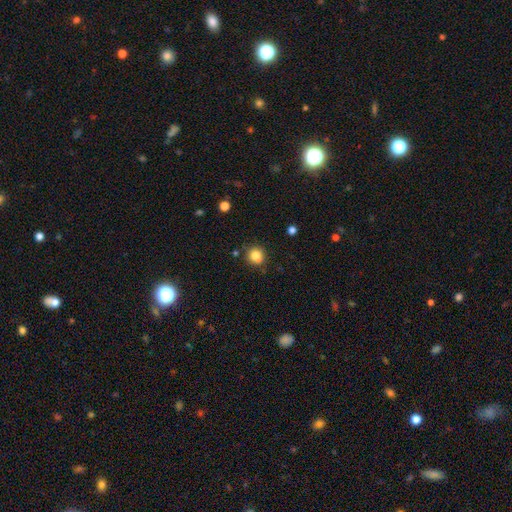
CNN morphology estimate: This appears to be a smooth galaxy with no disk features (83%) that is round (87%). Merging: none (80%).